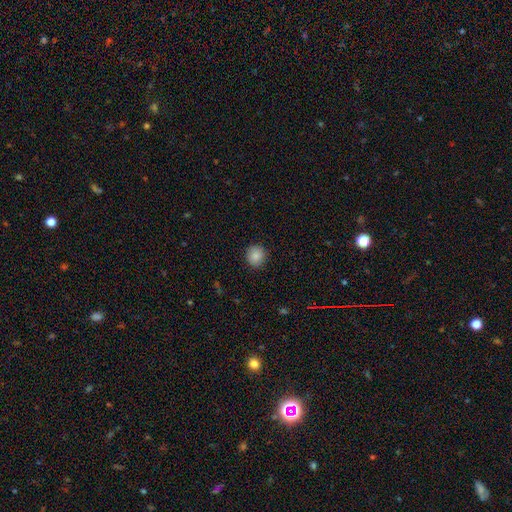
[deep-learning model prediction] Smooth or featured? Predicted: smooth (p=0.86). How rounded? Predicted: round (p=0.87). Merging? Predicted: none (p=0.90).